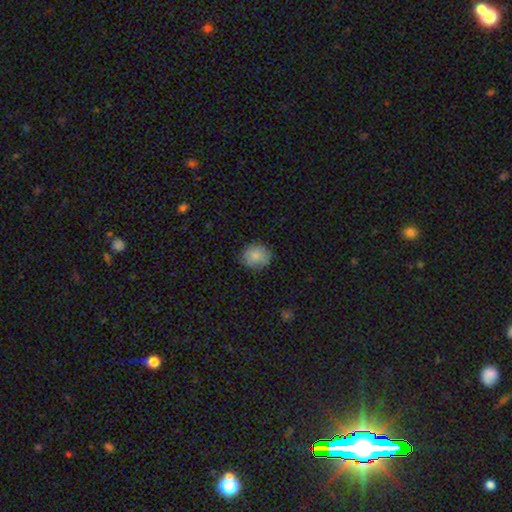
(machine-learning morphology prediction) Smooth or featured: smooth — 83% (featured or disk — 9%)
How rounded: round — 78% (in between — 21%)
Merging: none — 80% (minor disturbance — 16%)